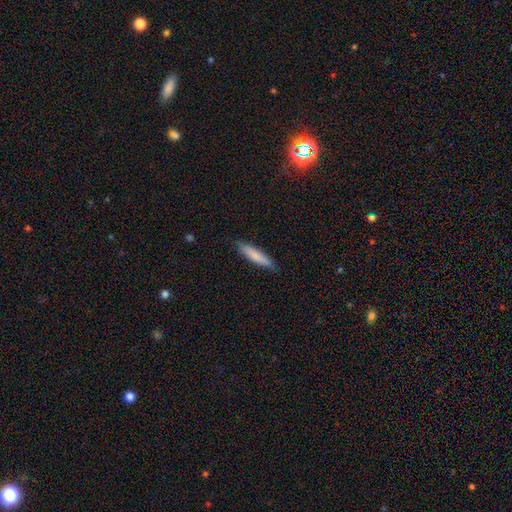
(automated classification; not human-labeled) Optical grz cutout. It shows a smooth galaxy with no disk features (77%) that is cigar-shaped (85%). Merging: none (85%).